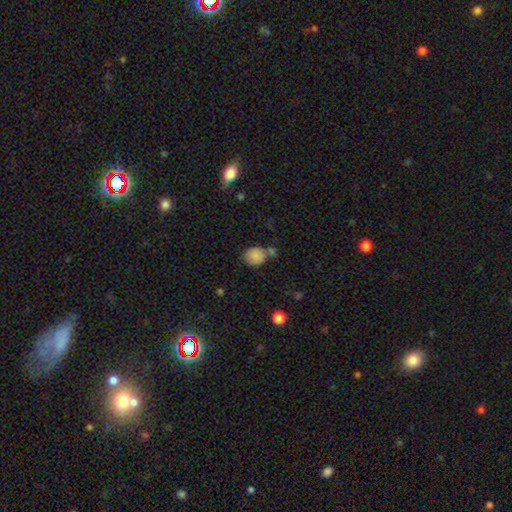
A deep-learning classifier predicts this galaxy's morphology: This is clearly a smooth galaxy (83%). How rounded: possibly round (58%). Merging: possibly none (48%).